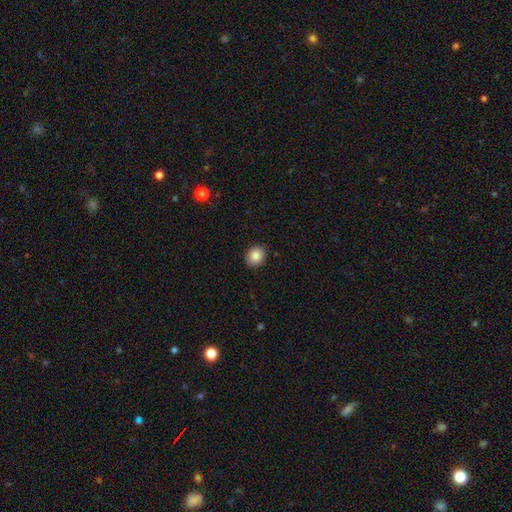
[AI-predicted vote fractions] smooth 86%, star or artifact 9%, featured or disk 5%. Down the decision tree: how rounded — round (67%); merging — none (90%).